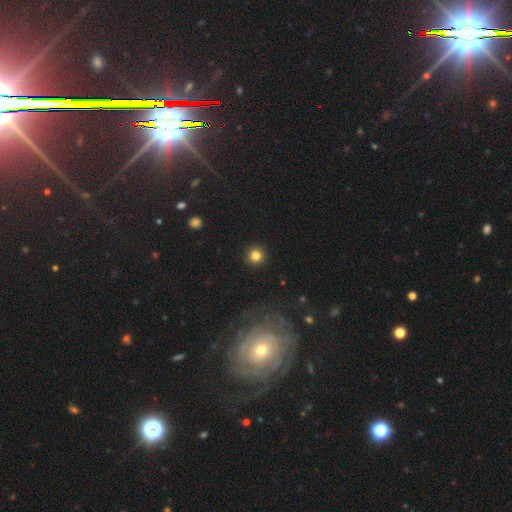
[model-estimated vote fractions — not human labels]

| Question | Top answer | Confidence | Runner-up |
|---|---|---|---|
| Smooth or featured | smooth | 82% | star or artifact (13%) |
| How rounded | round | 96% | in between (3%) |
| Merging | none | 93% | minor disturbance (4%) |